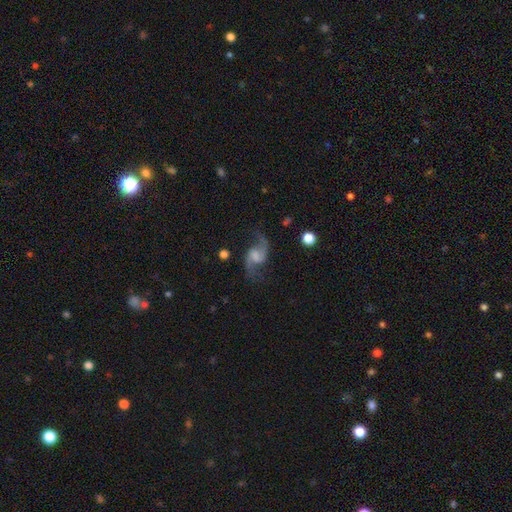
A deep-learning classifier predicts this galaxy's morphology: Smooth or featured: featured or disk — 87% (smooth — 7%)
Edge-on disk: no — 98% (yes — 2%)
Bar: weak — 52% (no — 32%)
Spiral arms: yes — 97% (no — 3%)
Spiral winding: loose — 71% (medium — 25%)
Spiral arm count: 2 — 94% (can't tell — 2%)
Bulge size: none — 44% (small — 24%)
Merging: none — 75% (minor disturbance — 14%)